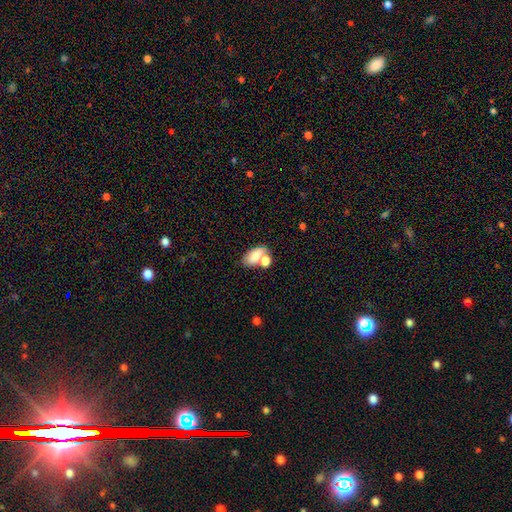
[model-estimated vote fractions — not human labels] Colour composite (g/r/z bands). It shows a smooth galaxy with no disk features (73%) that is in between round and cigar-shaped (86%). Merging: merger (42%).